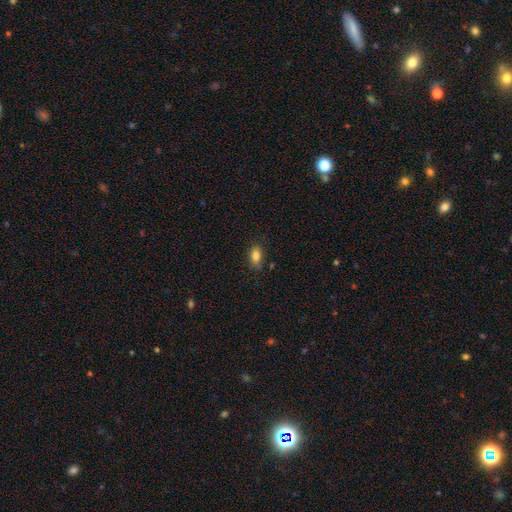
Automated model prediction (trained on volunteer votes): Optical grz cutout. It shows a smooth galaxy with no disk features (85%) that is in between round and cigar-shaped (88%). Merging: none (78%).